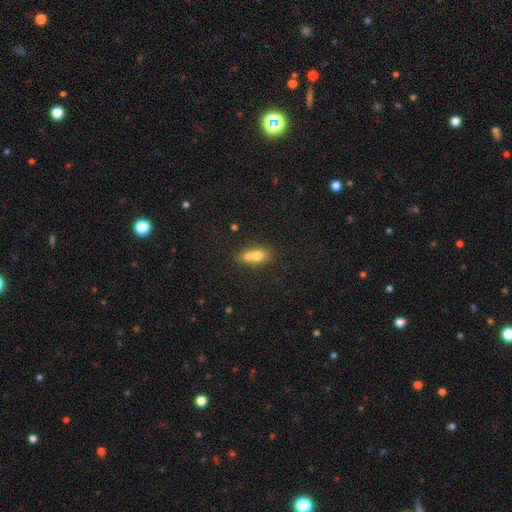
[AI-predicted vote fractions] Smooth or featured?
  - smooth: 68% *
  - featured or disk: 21%
  - star or artifact: 11%
How rounded?
  - in between: 61% *
  - round: 31%
  - cigar-shaped: 8%
Merging?
  - merger: 56% *
  - none: 30%
  - minor disturbance: 9%
  - major disturbance: 4%